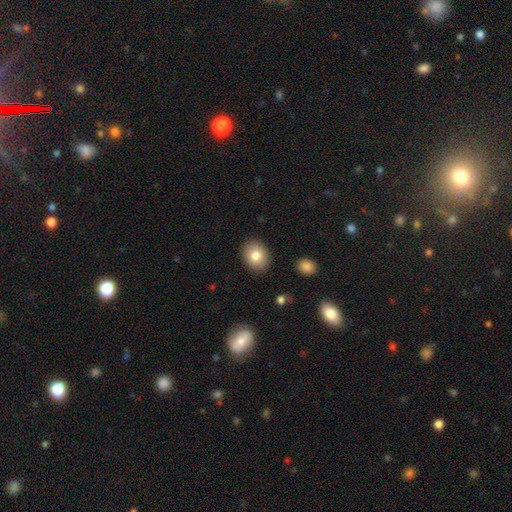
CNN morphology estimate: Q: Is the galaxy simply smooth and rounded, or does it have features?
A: smooth — 81%.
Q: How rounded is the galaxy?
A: in between — 58%.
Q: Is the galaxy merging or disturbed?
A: none — 88%.